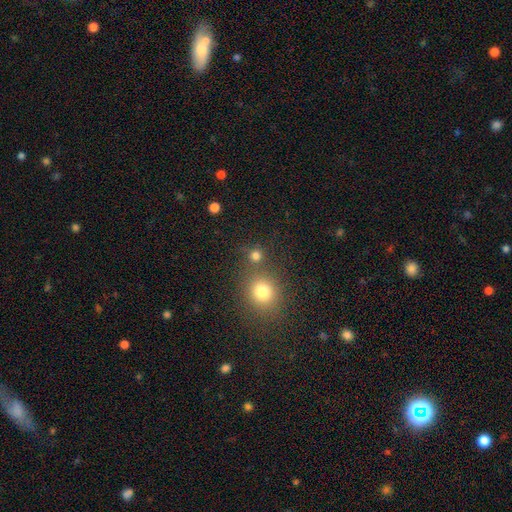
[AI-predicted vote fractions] Smooth or featured? smooth (77%)
How rounded? round (90%)
Merging? none (70%)